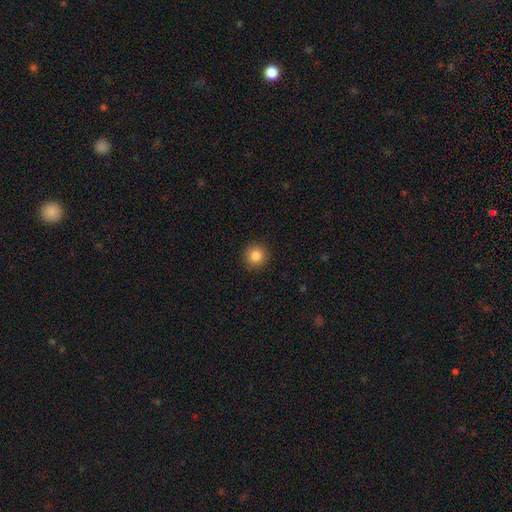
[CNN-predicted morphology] smooth-or-featured: smooth: 84% | star or artifact: 10% | featured or disk: 5%
  how-rounded: round: 94% | in between: 5% | cigar-shaped: 1%
  merging: none: 92% | minor disturbance: 6% | major disturbance: 2% | merger: 1%